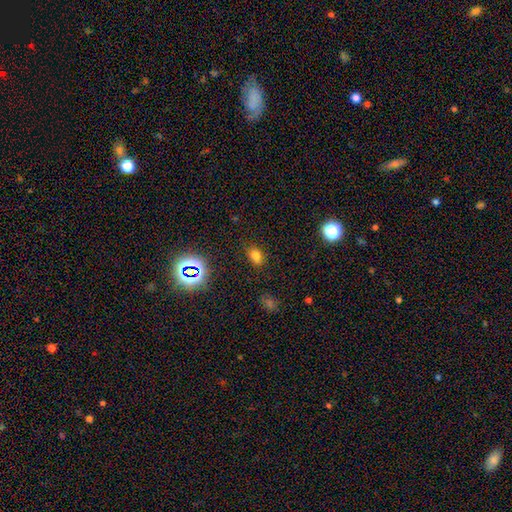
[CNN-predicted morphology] Overall: smooth (70%). How rounded: in between (80%). Merging: none (83%).